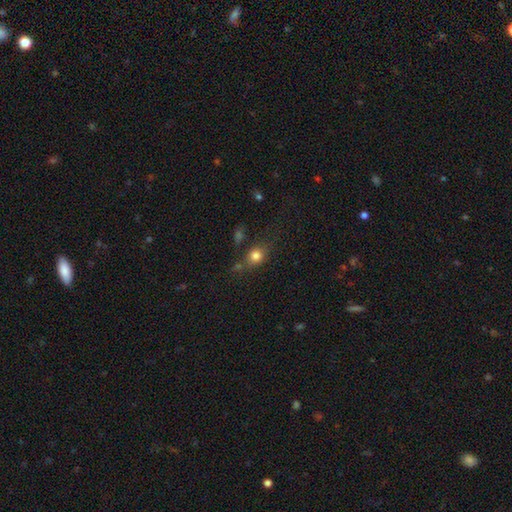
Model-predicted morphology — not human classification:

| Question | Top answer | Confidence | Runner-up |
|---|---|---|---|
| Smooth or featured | smooth | 78% | star or artifact (12%) |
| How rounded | round | 63% | in between (35%) |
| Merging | none | 60% | minor disturbance (19%) |